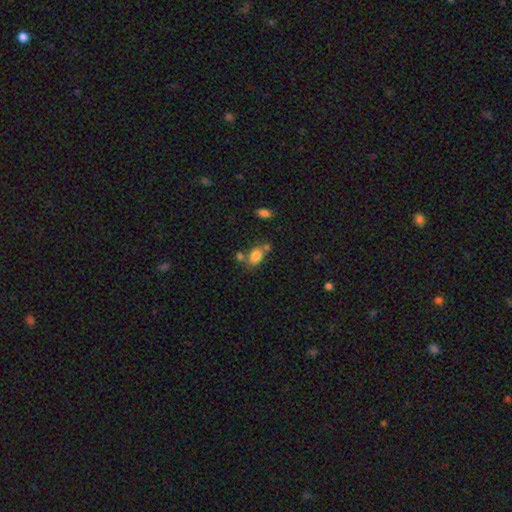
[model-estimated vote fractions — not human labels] Overall: smooth (80%). How rounded: in between (77%). Merging: none (52%; merger 26%).